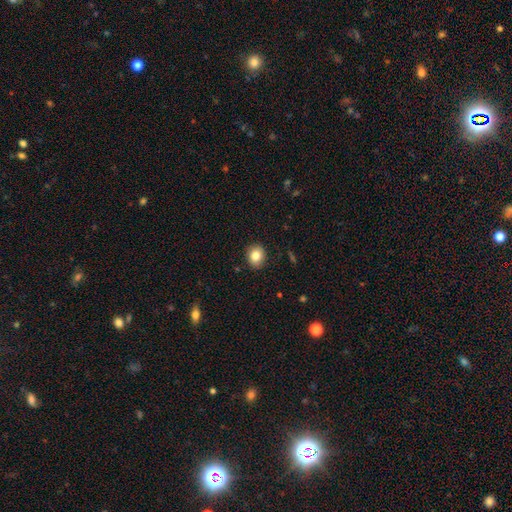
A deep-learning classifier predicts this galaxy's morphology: The model was most divided on "how rounded": round: 63%, in between: 36%, cigar-shaped: 1%. More confident: merging — none (89%); smooth or featured — smooth (84%).